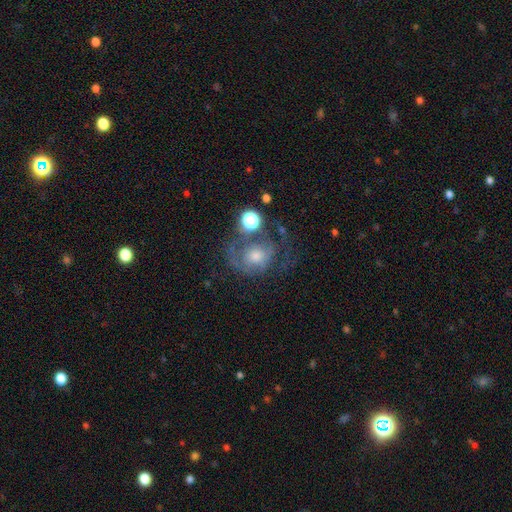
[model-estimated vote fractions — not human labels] This appears to be a featured or disk galaxy (59%) with no bar (77%), spiral arms (71%) and a moderate central bulge (56%). Merging: none (39%).